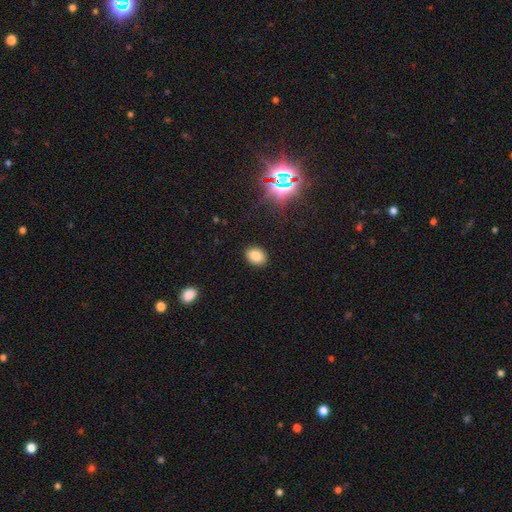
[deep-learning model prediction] Q: Smooth or featured?
A: smooth (81%); runner-up: star or artifact (13%)
Q: How rounded?
A: in between (66%); runner-up: round (33%)
Q: Merging?
A: none (89%); runner-up: minor disturbance (7%)